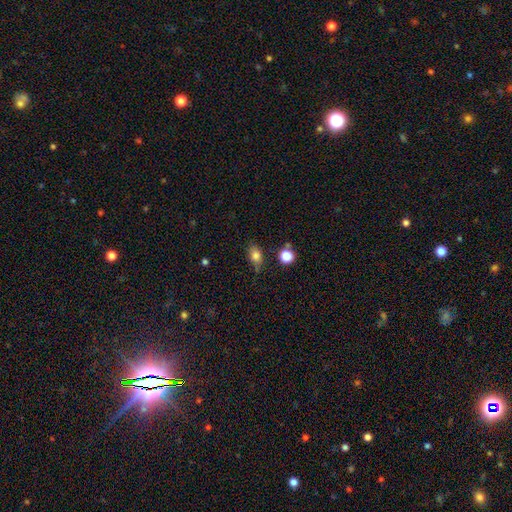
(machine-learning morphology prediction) smooth-or-featured: smooth: 79% | star or artifact: 11% | featured or disk: 10%
  how-rounded: in between: 73% | round: 23% | cigar-shaped: 4%
  merging: none: 70% | minor disturbance: 20% | merger: 5% | major disturbance: 4%